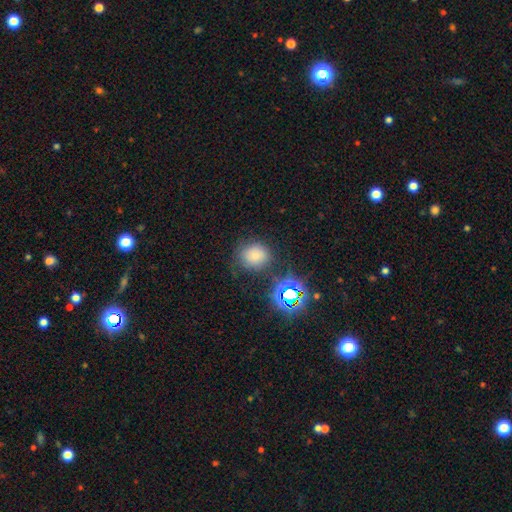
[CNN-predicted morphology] A smooth galaxy with no disk features (72%) that is round (72%).

Vote fractions:
- Smooth or featured? smooth: 72% / star or artifact: 20% / featured or disk: 8%
- How rounded? round: 72% / in between: 27% / cigar-shaped: 1%
- Merging? none: 76% / minor disturbance: 15% / major disturbance: 5% / merger: 4%